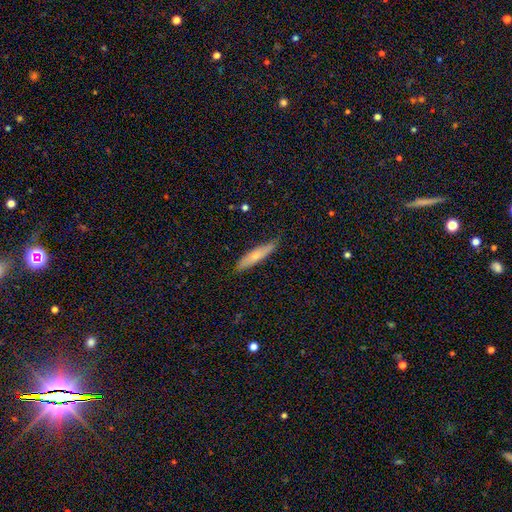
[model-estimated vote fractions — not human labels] smooth_or_featured: smooth (p=0.61) [alt: featured or disk p=0.33]
how_rounded: cigar-shaped (p=0.81) [alt: in between p=0.18]
merging: none (p=0.75) [alt: minor disturbance p=0.20]